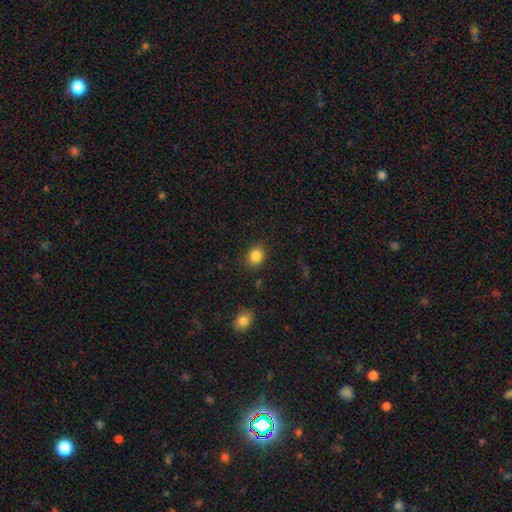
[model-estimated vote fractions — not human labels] Smooth or featured?
  - smooth: 85% *
  - star or artifact: 10%
  - featured or disk: 5%
How rounded?
  - round: 66% *
  - in between: 33%
  - cigar-shaped: 1%
Merging?
  - none: 86% *
  - minor disturbance: 9%
  - major disturbance: 3%
  - merger: 2%